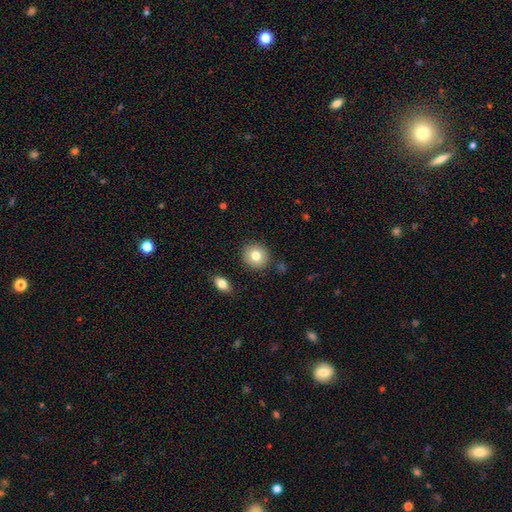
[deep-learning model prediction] Q: Smooth or featured?
A: smooth (79%); runner-up: featured or disk (12%)
Q: How rounded?
A: round (87%); runner-up: in between (12%)
Q: Merging?
A: none (87%); runner-up: minor disturbance (8%)